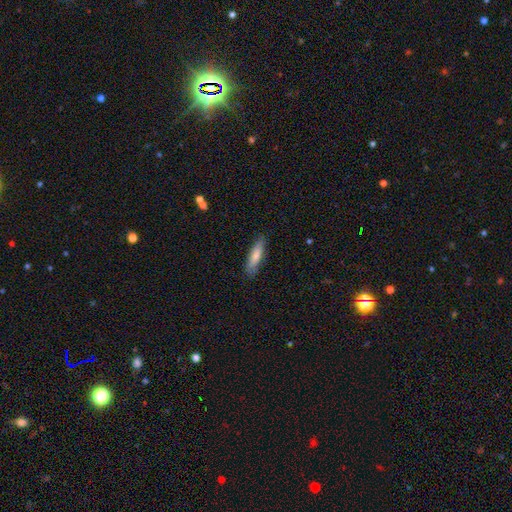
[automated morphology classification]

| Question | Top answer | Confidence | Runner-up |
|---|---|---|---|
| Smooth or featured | smooth | 77% | featured or disk (18%) |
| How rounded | cigar-shaped | 72% | in between (27%) |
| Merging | none | 85% | minor disturbance (12%) |